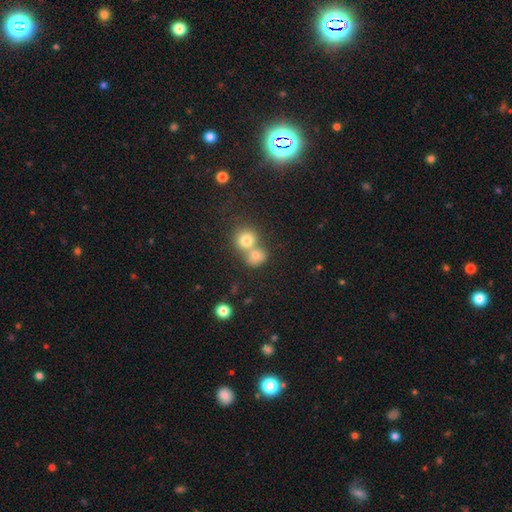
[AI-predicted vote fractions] Smooth or featured?
  - smooth: 75% *
  - star or artifact: 14%
  - featured or disk: 11%
How rounded?
  - round: 73% *
  - in between: 26%
  - cigar-shaped: 1%
Merging?
  - merger: 54% *
  - none: 37%
  - minor disturbance: 6%
  - major disturbance: 3%